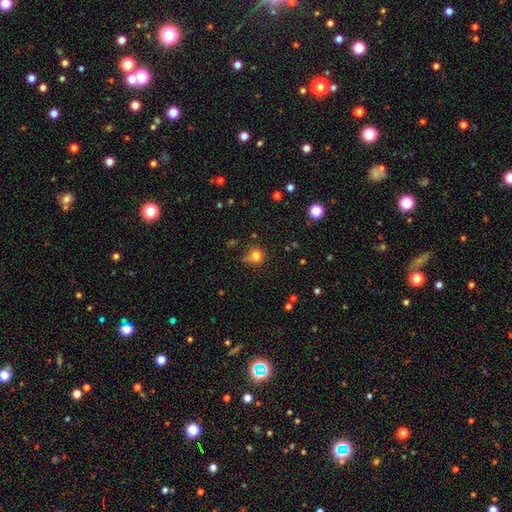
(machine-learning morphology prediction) Smooth or featured?
  - smooth: 76% *
  - star or artifact: 15%
  - featured or disk: 9%
How rounded?
  - round: 82% *
  - in between: 16%
  - cigar-shaped: 2%
Merging?
  - none: 56% *
  - minor disturbance: 25%
  - major disturbance: 12%
  - merger: 7%